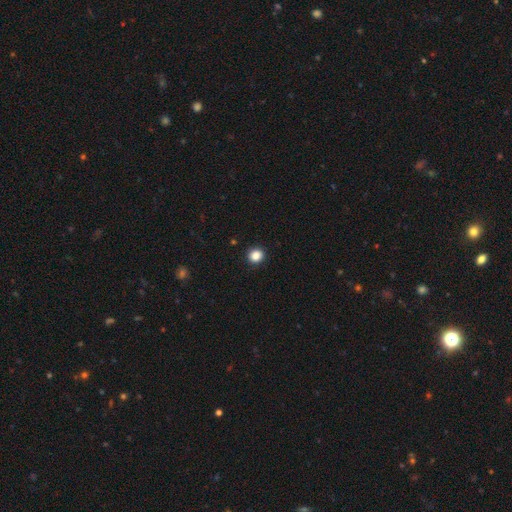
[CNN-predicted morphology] A smooth galaxy with no disk features (86%) that is round (84%).

Vote fractions:
- Smooth or featured? smooth: 86% / star or artifact: 11% / featured or disk: 3%
- How rounded? round: 84% / in between: 15% / cigar-shaped: 1%
- Merging? none: 92% / minor disturbance: 5% / major disturbance: 2% / merger: 1%